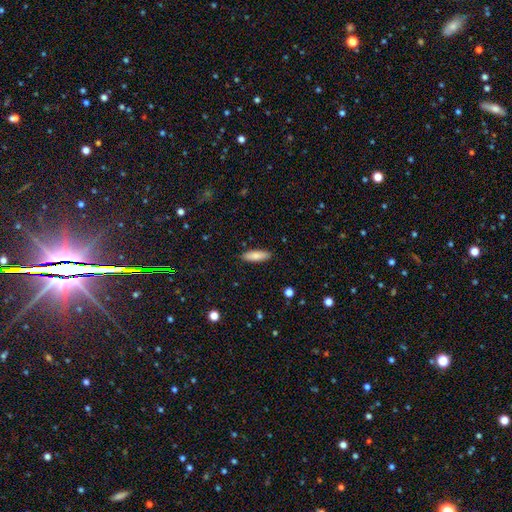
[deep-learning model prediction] Q: Smooth or featured?
A: smooth (85%); runner-up: featured or disk (9%)
Q: How rounded?
A: in between (60%); runner-up: cigar-shaped (38%)
Q: Merging?
A: none (89%); runner-up: minor disturbance (8%)